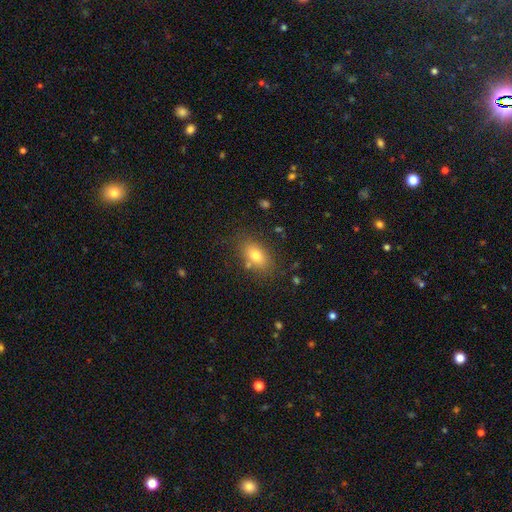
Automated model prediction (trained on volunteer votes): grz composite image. It shows a smooth galaxy with no disk features (77%) that is in between round and cigar-shaped (86%). Merging: none (77%).